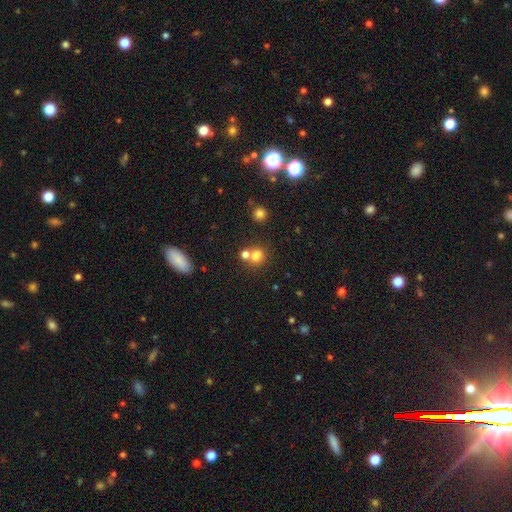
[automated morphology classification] Q: Smooth or featured?
A: smooth (75%); runner-up: star or artifact (16%)
Q: How rounded?
A: round (78%); runner-up: in between (21%)
Q: Merging?
A: none (50%); runner-up: merger (39%)